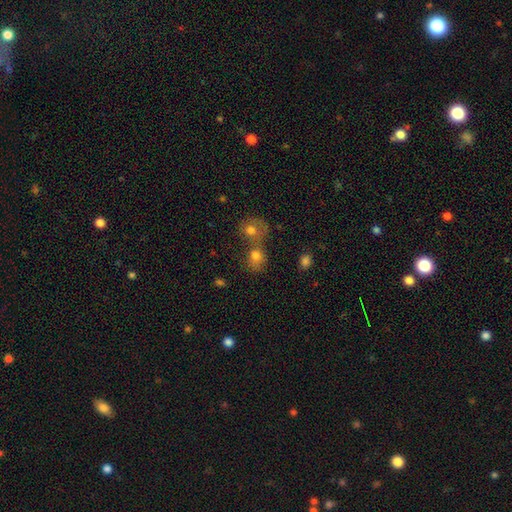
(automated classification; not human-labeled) Q: Smooth or featured?
A: smooth (76%); runner-up: star or artifact (13%)
Q: How rounded?
A: round (64%); runner-up: in between (34%)
Q: Merging?
A: merger (54%); runner-up: none (33%)